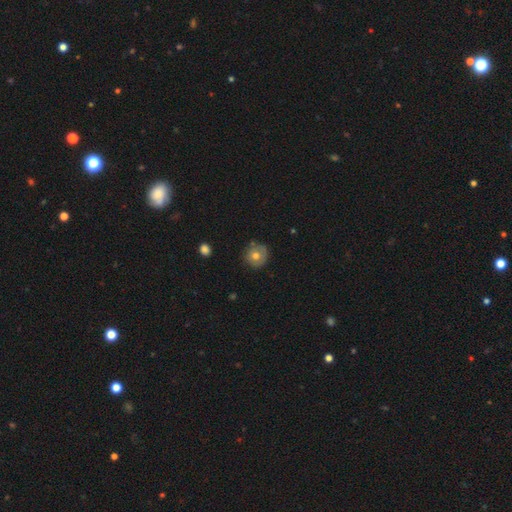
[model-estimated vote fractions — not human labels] smooth_or_featured: smooth (p=0.67) [alt: featured or disk p=0.24]
how_rounded: round (p=0.90) [alt: in between p=0.09]
merging: none (p=0.77) [alt: minor disturbance p=0.17]